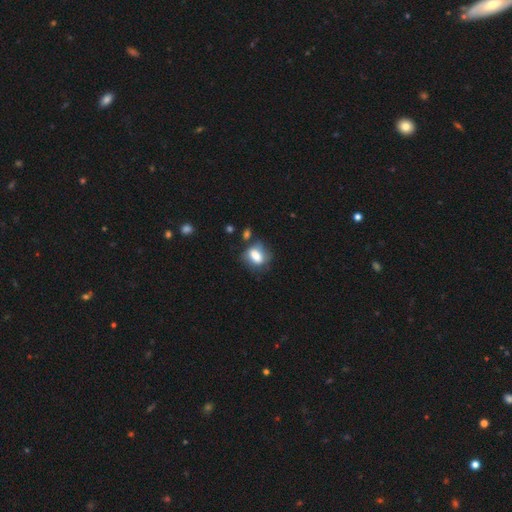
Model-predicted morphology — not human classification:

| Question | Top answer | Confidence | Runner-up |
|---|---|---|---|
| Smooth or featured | smooth | 74% | featured or disk (17%) |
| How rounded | in between | 73% | round (22%) |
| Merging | none | 54% | minor disturbance (25%) |